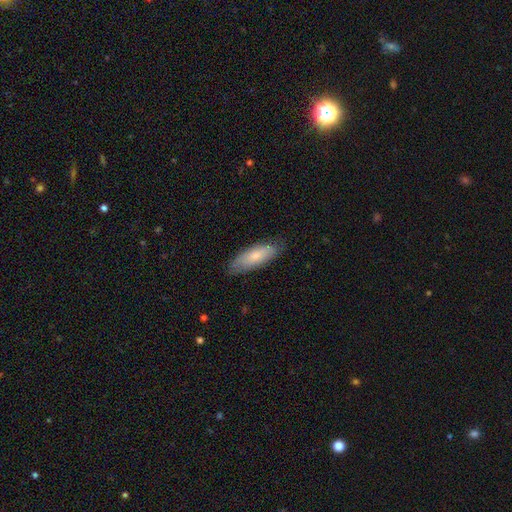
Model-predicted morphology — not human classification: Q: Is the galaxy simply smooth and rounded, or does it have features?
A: smooth — 72%.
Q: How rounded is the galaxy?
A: in between — 64%.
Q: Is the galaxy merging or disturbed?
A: none — 78%.